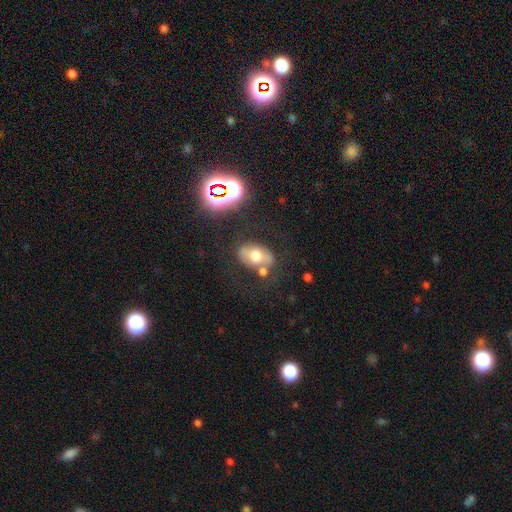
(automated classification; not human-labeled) Smooth or featured? smooth (53%)
How rounded? in between (80%)
Merging? none (64%)